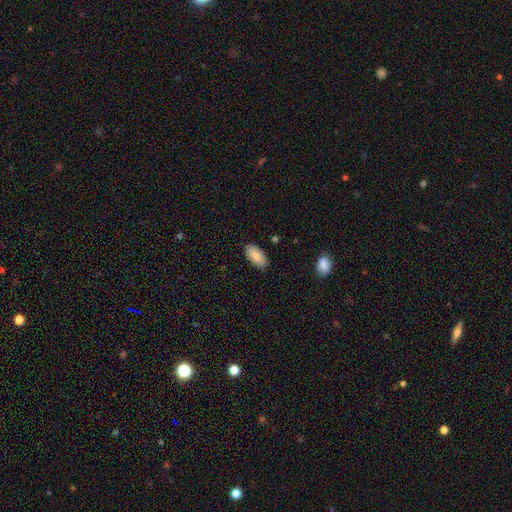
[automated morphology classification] A smooth galaxy with no disk features (88%) that is in between round and cigar-shaped (93%). Merging: none (85%).